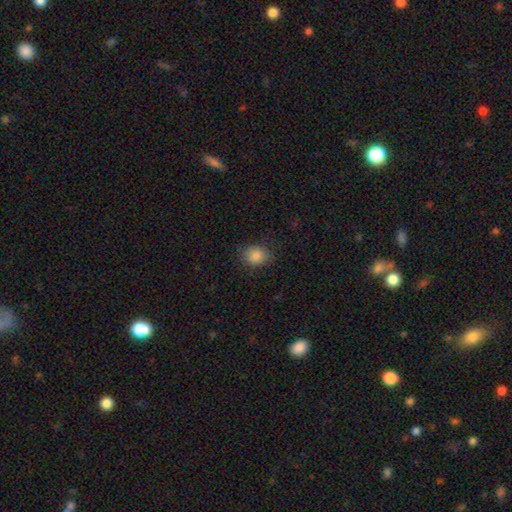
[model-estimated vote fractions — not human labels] Smooth or featured: smooth — 86% (star or artifact — 9%)
How rounded: in between — 51% (round — 48%)
Merging: none — 82% (minor disturbance — 13%)